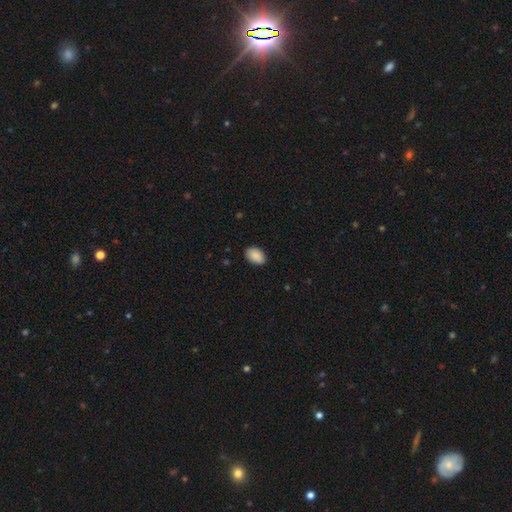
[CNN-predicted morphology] Q: Smooth or featured?
A: smooth (89%); runner-up: star or artifact (7%)
Q: How rounded?
A: in between (89%); runner-up: round (10%)
Q: Merging?
A: none (86%); runner-up: minor disturbance (11%)